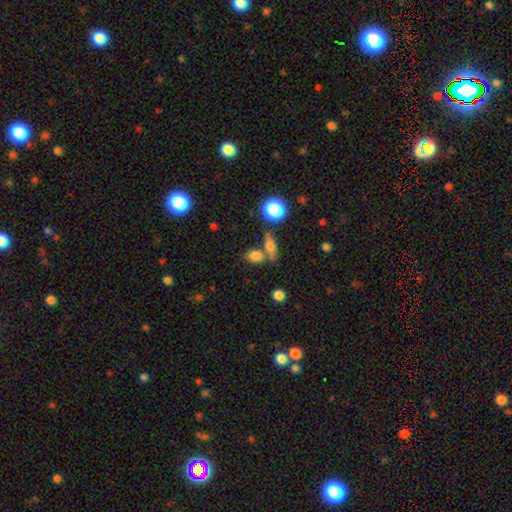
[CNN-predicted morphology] A smooth galaxy with no disk features (77%) that is in between round and cigar-shaped (74%). Merging: none (54%).